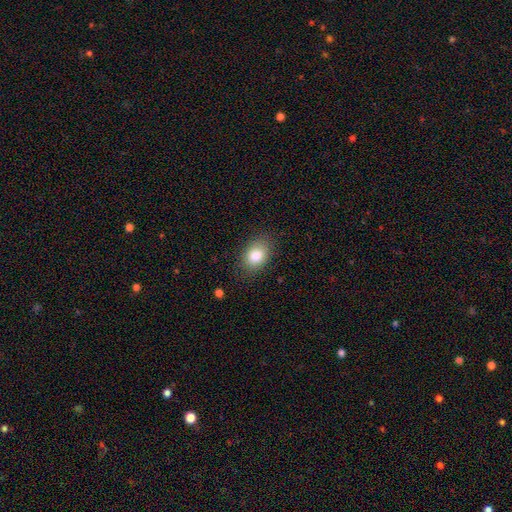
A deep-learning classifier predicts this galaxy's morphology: Smooth or featured? Predicted: smooth (p=0.84). How rounded? Predicted: in between (p=0.77). Merging? Predicted: none (p=0.83).